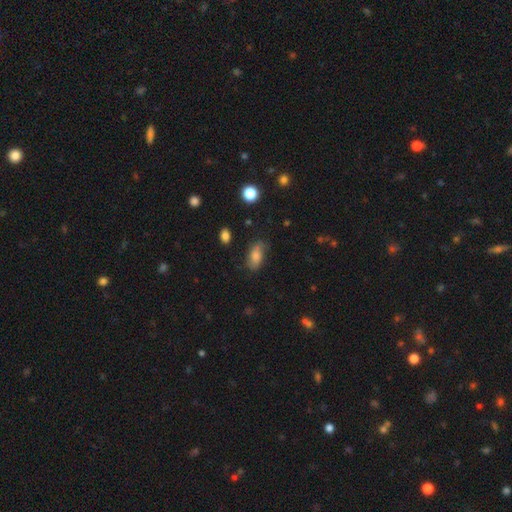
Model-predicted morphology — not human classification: Smooth or featured?
  - smooth: 72% *
  - featured or disk: 17%
  - star or artifact: 11%
How rounded?
  - in between: 86% *
  - cigar-shaped: 8%
  - round: 6%
Merging?
  - none: 68% *
  - minor disturbance: 23%
  - major disturbance: 7%
  - merger: 2%